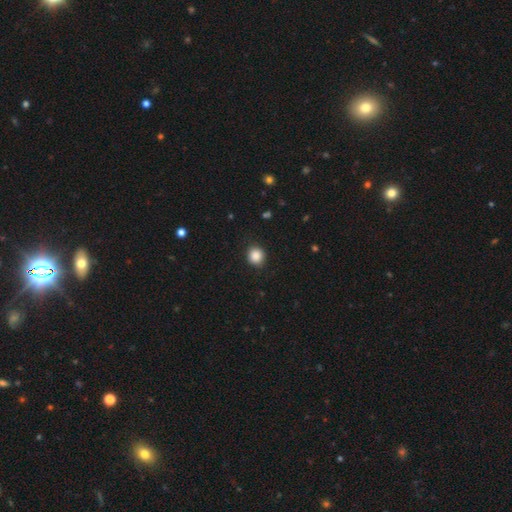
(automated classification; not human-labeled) A smooth galaxy with no disk features (87%) that is round (85%). Merging: none (89%).